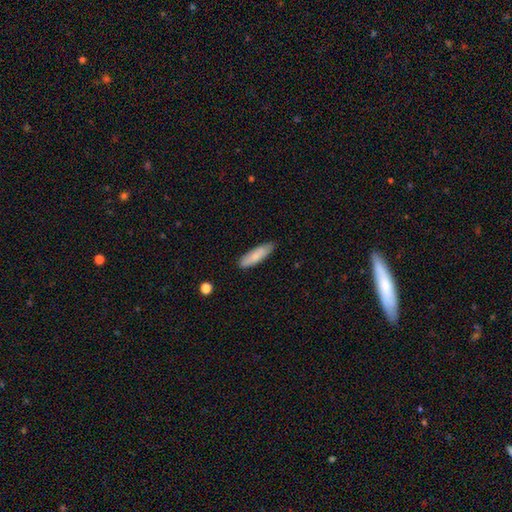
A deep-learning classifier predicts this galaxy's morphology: A smooth galaxy with no disk features (80%) that is cigar-shaped (58%). Merging: none (84%).